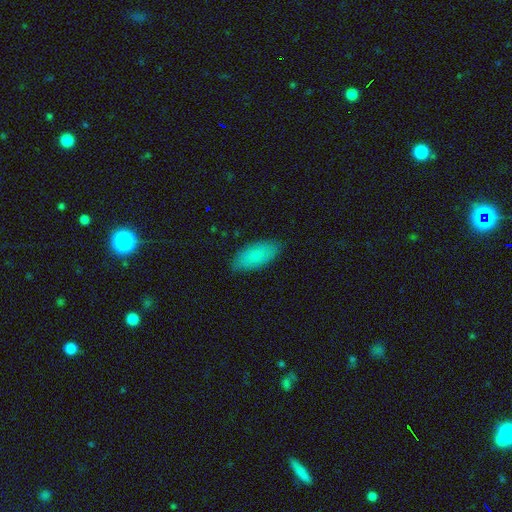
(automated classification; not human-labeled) Overall: smooth (83%). How rounded: in between (88%). Merging: none (84%).